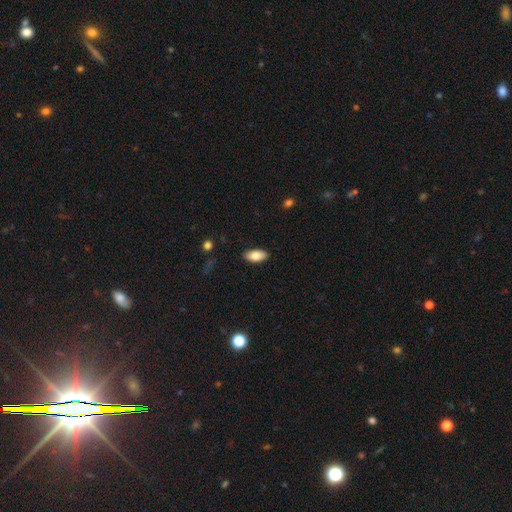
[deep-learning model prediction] smooth-or-featured: smooth: 82% | featured or disk: 11% | star or artifact: 7%
  how-rounded: in between: 92% | cigar-shaped: 6% | round: 2%
  merging: none: 88% | minor disturbance: 9% | major disturbance: 2% | merger: 1%